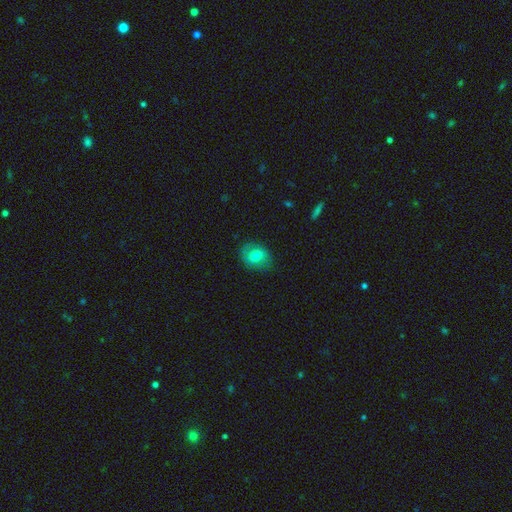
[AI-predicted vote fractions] smooth 73%, featured or disk 18%, star or artifact 9%. Down the decision tree: how rounded — in between (56%); merging — none (80%).